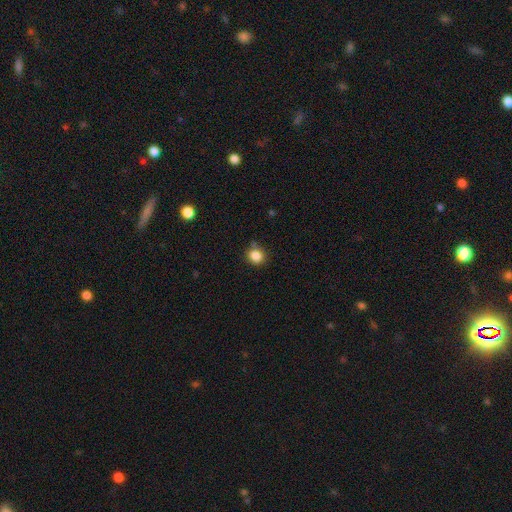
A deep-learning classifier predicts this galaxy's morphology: smooth-or-featured: smooth: 85% | star or artifact: 11% | featured or disk: 4%
  how-rounded: round: 80% | in between: 19% | cigar-shaped: 1%
  merging: none: 78% | minor disturbance: 14% | merger: 5% | major disturbance: 3%